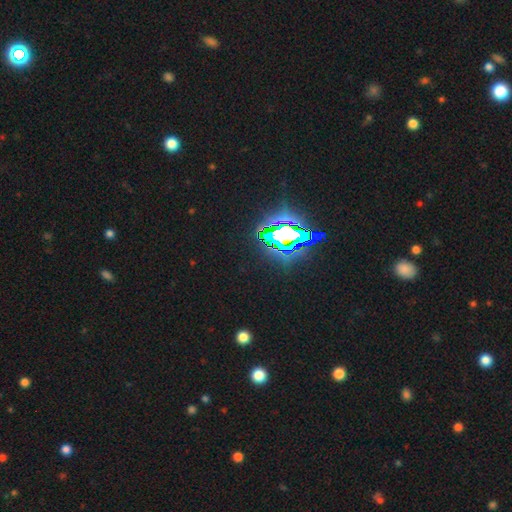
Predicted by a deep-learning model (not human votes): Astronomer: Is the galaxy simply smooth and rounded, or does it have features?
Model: star or artifact — 84%.